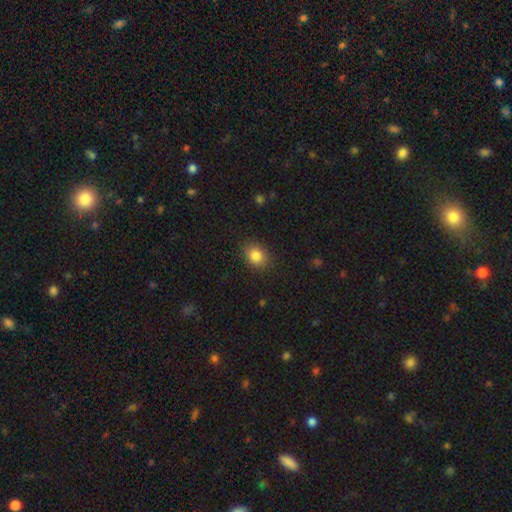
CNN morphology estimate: smooth 84%, star or artifact 10%, featured or disk 6%. Down the decision tree: how rounded — in between (54%); merging — none (87%).